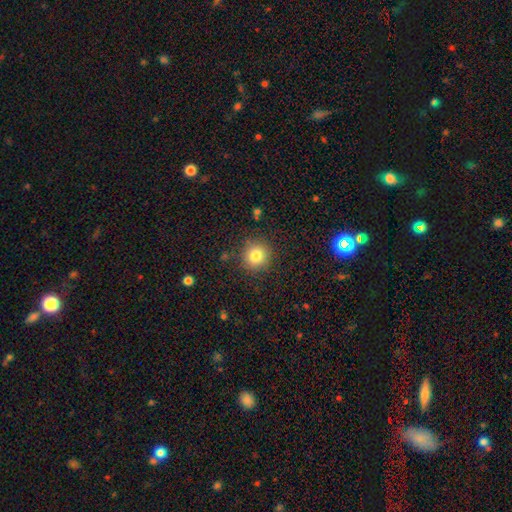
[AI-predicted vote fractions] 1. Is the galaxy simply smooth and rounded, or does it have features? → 82% smooth, 11% star or artifact, 7% featured or disk.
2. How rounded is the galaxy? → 91% round, 8% in between, 1% cigar-shaped.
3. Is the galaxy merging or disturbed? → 88% none, 8% minor disturbance, 3% major disturbance, 1% merger.